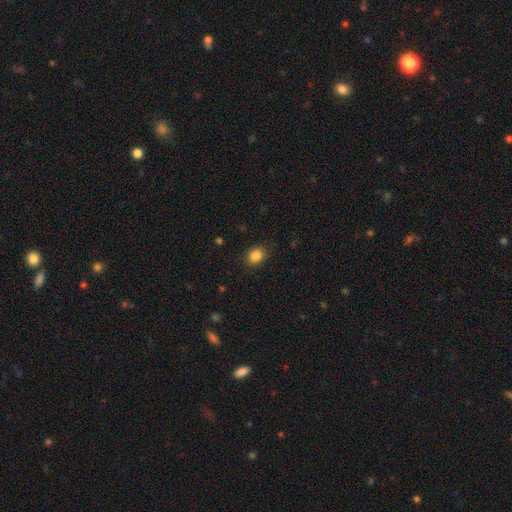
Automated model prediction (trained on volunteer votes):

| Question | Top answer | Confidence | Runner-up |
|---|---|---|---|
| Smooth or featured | smooth | 86% | star or artifact (10%) |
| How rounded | in between | 55% | round (44%) |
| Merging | none | 85% | minor disturbance (11%) |